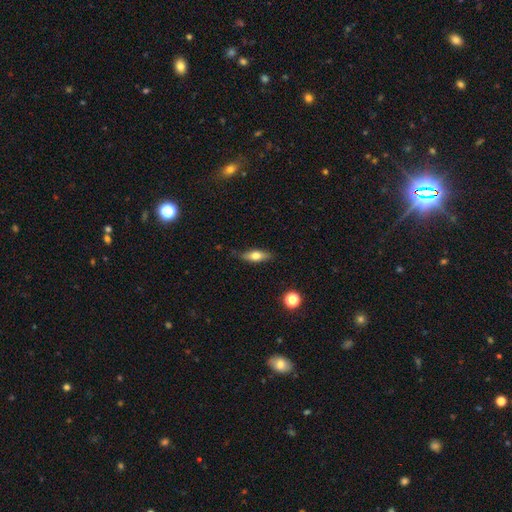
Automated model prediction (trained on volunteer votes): Smooth or featured?
  - smooth: 62% *
  - featured or disk: 31%
  - star or artifact: 7%
How rounded?
  - in between: 57% *
  - cigar-shaped: 39%
  - round: 4%
Merging?
  - none: 79% *
  - minor disturbance: 16%
  - major disturbance: 3%
  - merger: 2%